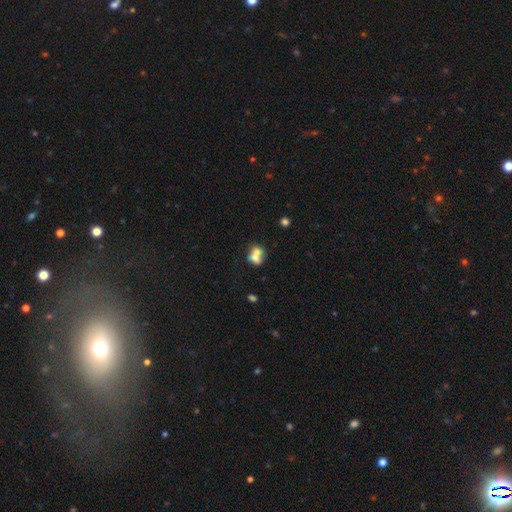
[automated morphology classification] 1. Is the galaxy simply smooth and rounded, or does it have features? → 67% smooth, 23% featured or disk, 10% star or artifact.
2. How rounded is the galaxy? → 53% round, 45% in between, 2% cigar-shaped.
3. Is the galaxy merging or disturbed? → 62% merger, 25% none, 8% minor disturbance, 4% major disturbance.